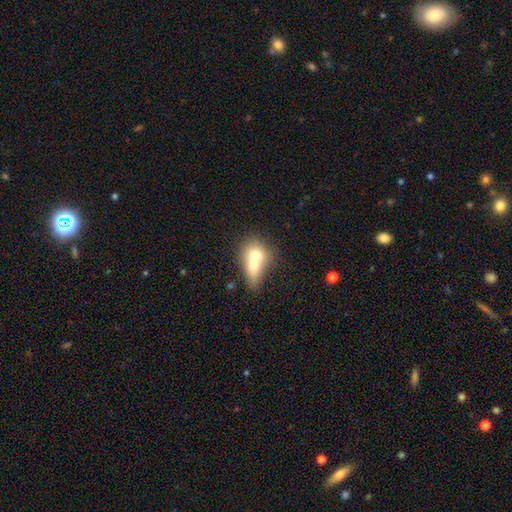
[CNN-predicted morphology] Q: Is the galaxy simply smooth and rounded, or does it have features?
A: smooth — 64%.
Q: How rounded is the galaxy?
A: in between — 54%.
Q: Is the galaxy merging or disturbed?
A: merger — 74%.